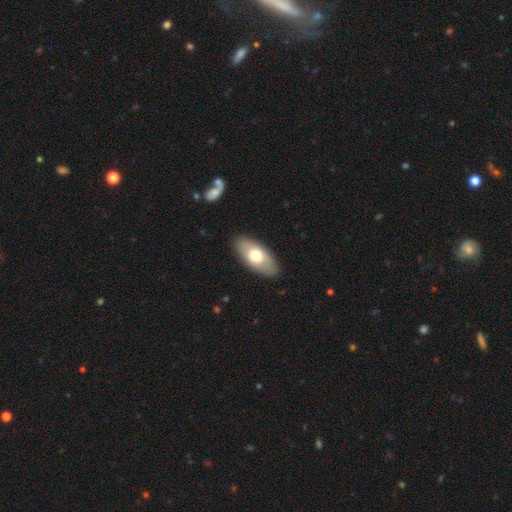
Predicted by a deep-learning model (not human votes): This is likely a smooth galaxy (65%). How rounded: clearly in between (91%). Merging: clearly none (88%).